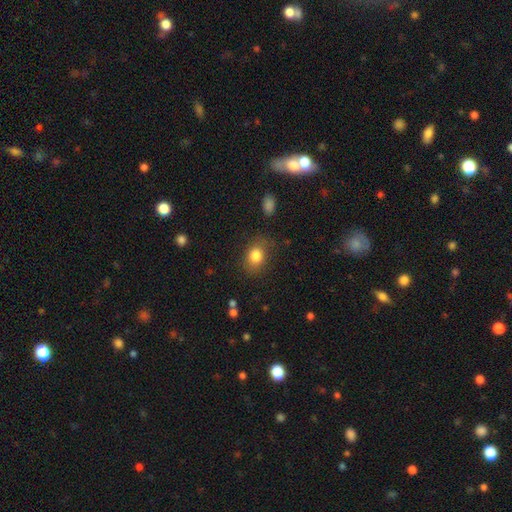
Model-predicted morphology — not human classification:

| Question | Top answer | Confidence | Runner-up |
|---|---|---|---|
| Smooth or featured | smooth | 83% | star or artifact (10%) |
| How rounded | in between | 58% | round (41%) |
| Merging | none | 75% | minor disturbance (17%) |